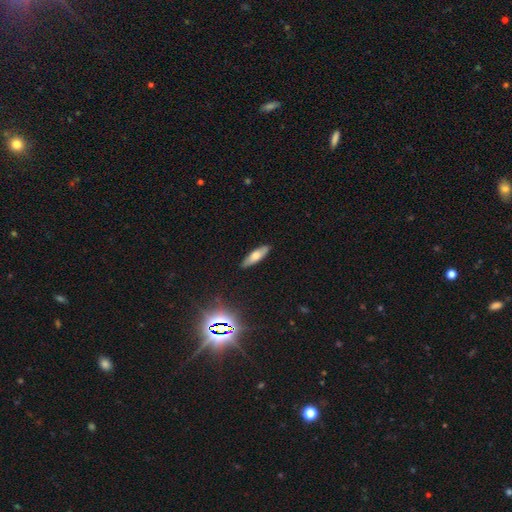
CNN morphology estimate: The model was most divided on "how rounded": cigar-shaped: 59%, in between: 39%, round: 2%. More confident: merging — none (87%); smooth or featured — smooth (65%).